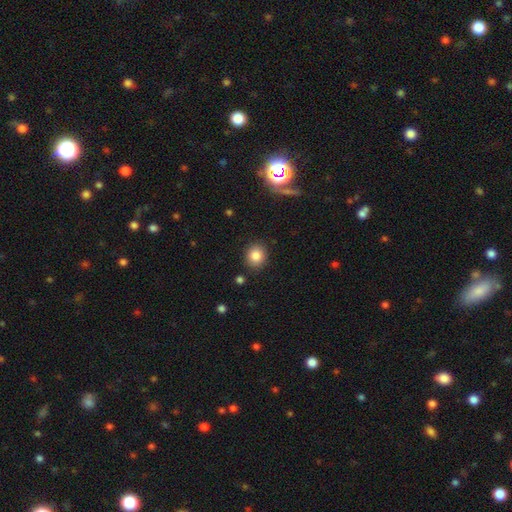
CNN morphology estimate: smooth-or-featured: smooth: 84% | star or artifact: 11% | featured or disk: 6%
  how-rounded: round: 82% | in between: 17% | cigar-shaped: 1%
  merging: none: 88% | minor disturbance: 8% | major disturbance: 2% | merger: 2%